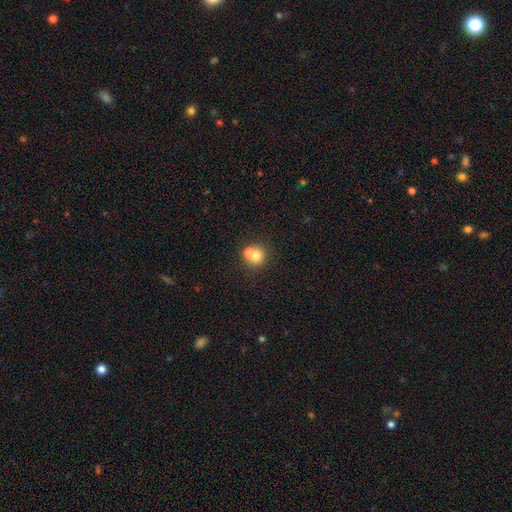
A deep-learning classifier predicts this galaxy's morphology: A smooth galaxy with no disk features (70%) that is round (82%). Merging: merger (55%).